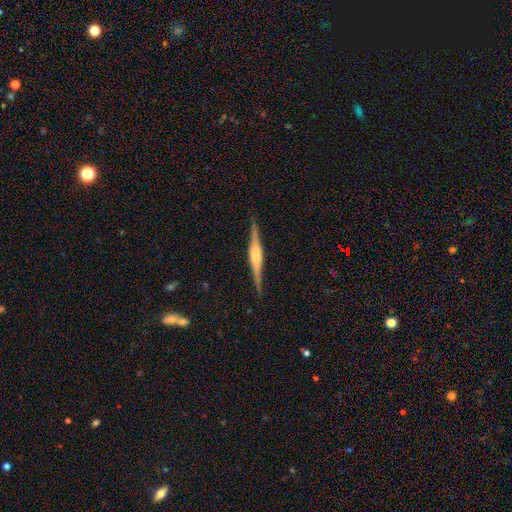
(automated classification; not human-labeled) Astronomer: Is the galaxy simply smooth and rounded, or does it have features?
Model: featured or disk — 80%.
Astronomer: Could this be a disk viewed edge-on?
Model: yes — 98%.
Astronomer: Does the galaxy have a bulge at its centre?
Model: rounded — 61%.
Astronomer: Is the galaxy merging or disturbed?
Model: none — 89%.